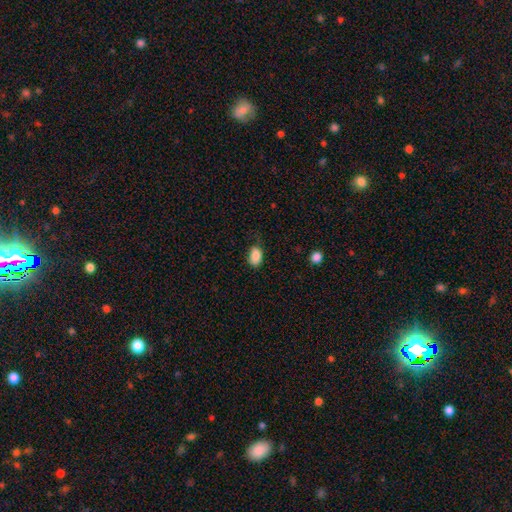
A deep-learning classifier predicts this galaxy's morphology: Q: Smooth or featured?
A: smooth (87%); runner-up: star or artifact (8%)
Q: How rounded?
A: in between (86%); runner-up: round (12%)
Q: Merging?
A: none (63%); runner-up: minor disturbance (28%)